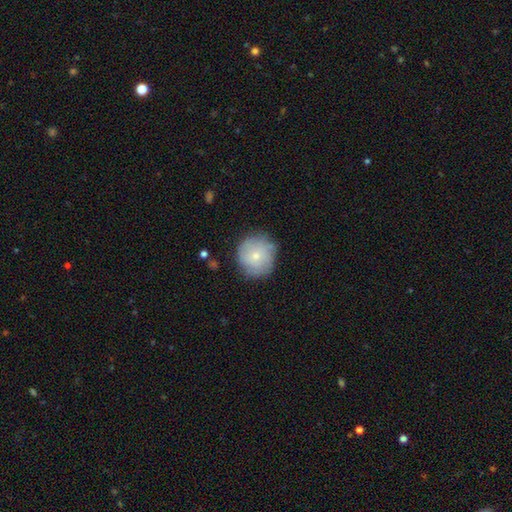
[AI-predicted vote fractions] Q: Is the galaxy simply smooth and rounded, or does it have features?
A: smooth — 64%.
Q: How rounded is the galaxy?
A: round — 90%.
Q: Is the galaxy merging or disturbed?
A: none — 74%.